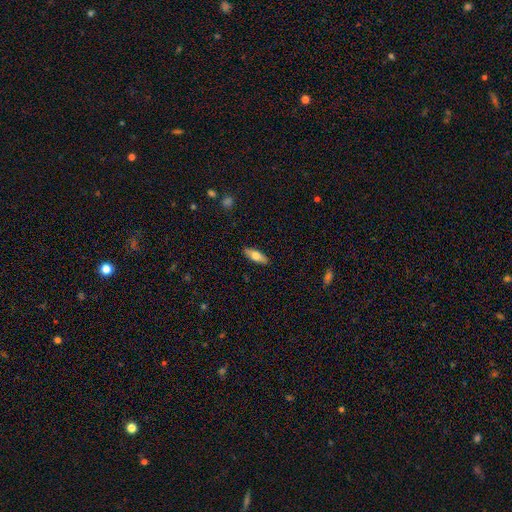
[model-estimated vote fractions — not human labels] Smooth or featured? Predicted: smooth (p=0.68). How rounded? Predicted: in between (p=0.62). Merging? Predicted: none (p=0.89).